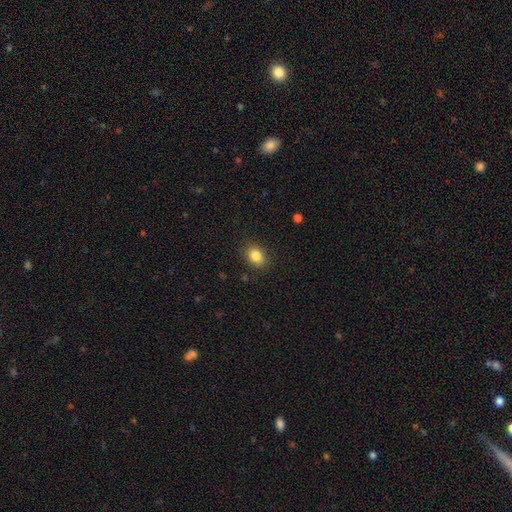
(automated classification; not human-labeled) smooth 85%, star or artifact 9%, featured or disk 6%. Down the decision tree: how rounded — in between (71%); merging — none (87%).